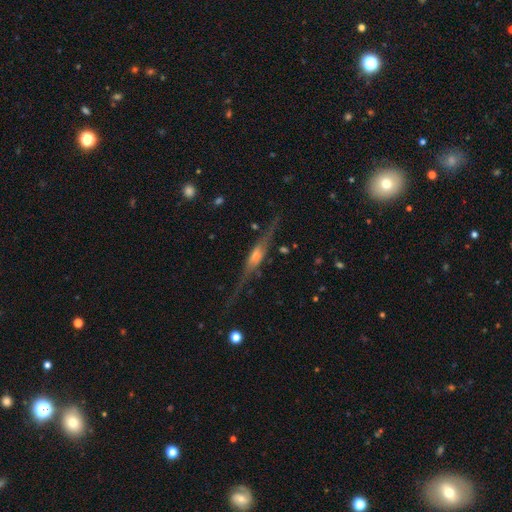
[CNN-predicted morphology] Overall: featured or disk (80%). Edge-on disk: yes (95%). Edge-on bulge: rounded (67%). Merging: none (77%).